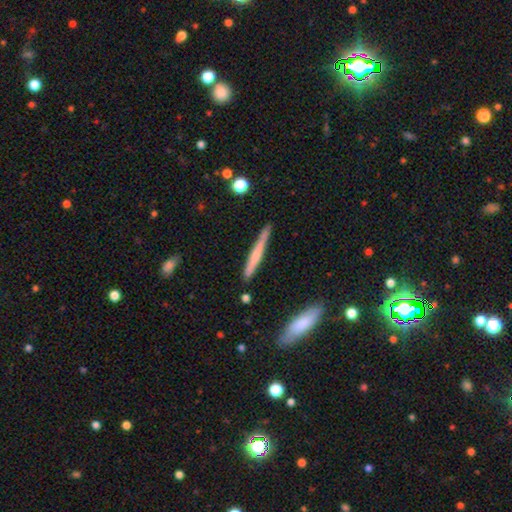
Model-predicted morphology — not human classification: Overall: smooth (53%; featured or disk 41%). How rounded: cigar-shaped (95%). Merging: none (85%).